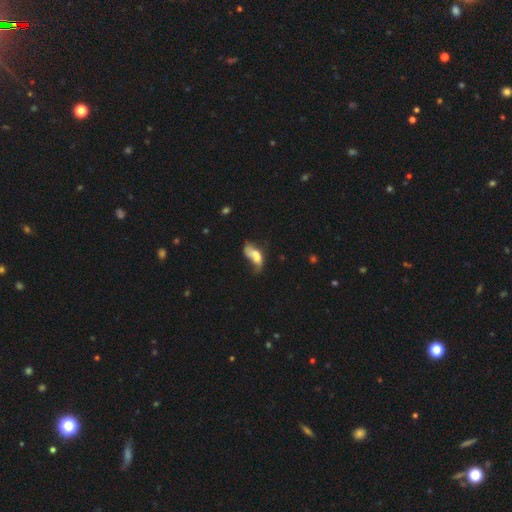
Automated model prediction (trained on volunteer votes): smooth-or-featured: smooth: 54% | featured or disk: 36% | star or artifact: 10%
  how-rounded: in between: 86% | cigar-shaped: 9% | round: 5%
  merging: major disturbance: 37% | minor disturbance: 23% | none: 21% | merger: 20%